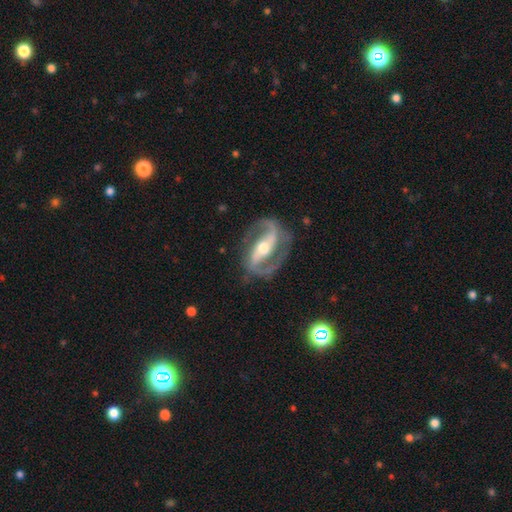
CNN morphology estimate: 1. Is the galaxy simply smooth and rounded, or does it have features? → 91% featured or disk, 5% star or artifact, 4% smooth.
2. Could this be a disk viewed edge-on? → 96% no, 4% yes.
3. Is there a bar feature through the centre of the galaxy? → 61% strong, 24% weak, 16% no.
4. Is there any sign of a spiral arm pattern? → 97% yes, 3% no.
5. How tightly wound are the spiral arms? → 54% medium, 24% tight, 22% loose.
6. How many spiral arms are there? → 93% 2, 2% can't tell, 2% 1, 1% 3, 1% 4, 1% more than 4.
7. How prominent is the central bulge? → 64% moderate, 28% small, 6% large, 1% none, 1% dominant.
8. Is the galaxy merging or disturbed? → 80% none, 13% minor disturbance, 6% major disturbance, 1% merger.